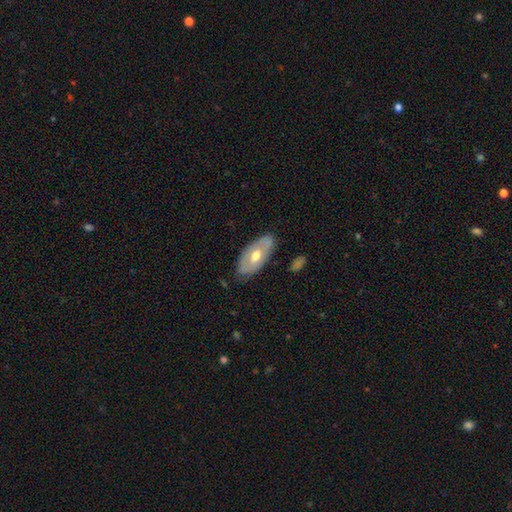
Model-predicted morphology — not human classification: smooth_or_featured: featured or disk (p=0.51) [alt: smooth p=0.44]
disk_edge_on: no (p=0.83) [alt: yes p=0.17]
merging: none (p=0.80) [alt: minor disturbance p=0.15]